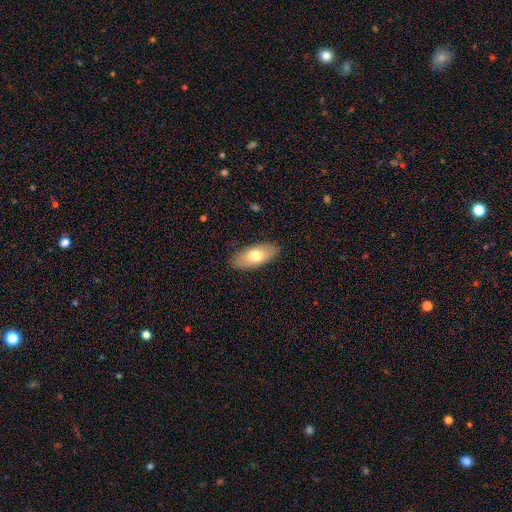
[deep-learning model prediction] Smooth or featured? smooth (70%)
How rounded? in between (87%)
Merging? none (87%)